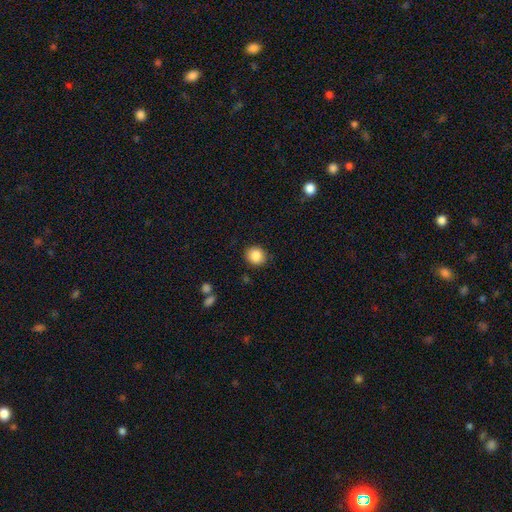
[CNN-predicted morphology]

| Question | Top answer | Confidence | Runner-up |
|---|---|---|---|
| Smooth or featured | smooth | 86% | star or artifact (9%) |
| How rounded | round | 79% | in between (20%) |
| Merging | none | 87% | minor disturbance (10%) |